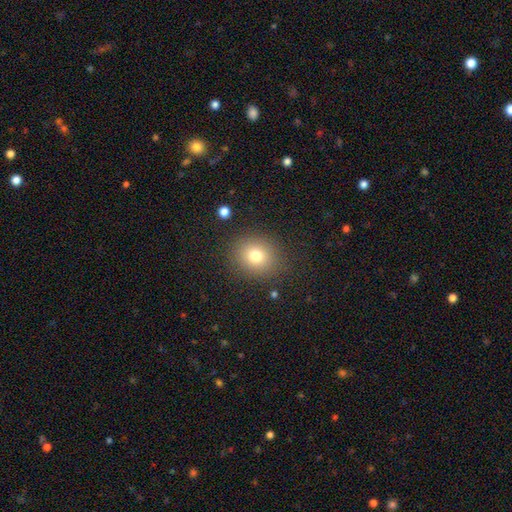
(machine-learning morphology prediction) Q: Smooth or featured?
A: smooth (77%); runner-up: star or artifact (13%)
Q: How rounded?
A: round (75%); runner-up: in between (24%)
Q: Merging?
A: none (86%); runner-up: minor disturbance (8%)